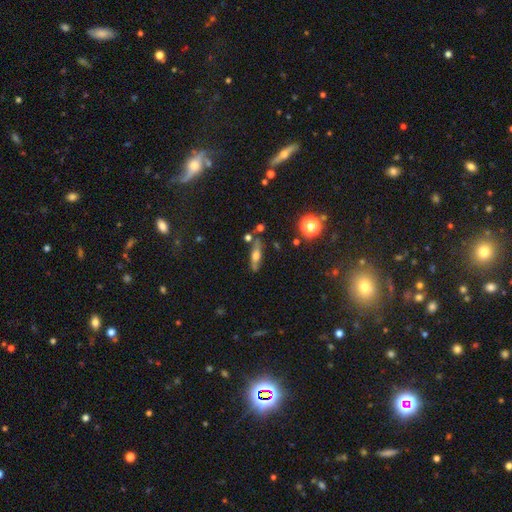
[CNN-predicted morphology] This appears to be a featured or disk galaxy (48%). Merging: none (70%).